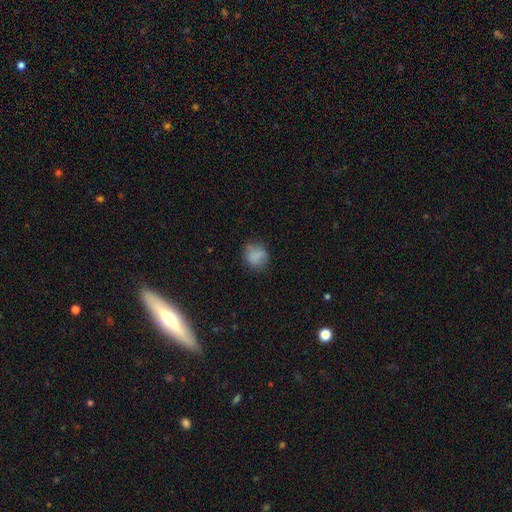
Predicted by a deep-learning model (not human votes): smooth-or-featured: smooth: 81% | featured or disk: 10% | star or artifact: 9%
  how-rounded: round: 76% | in between: 23% | cigar-shaped: 1%
  merging: none: 72% | minor disturbance: 19% | major disturbance: 6% | merger: 2%